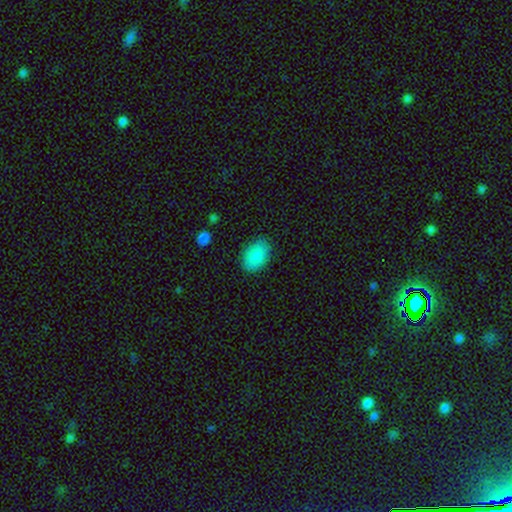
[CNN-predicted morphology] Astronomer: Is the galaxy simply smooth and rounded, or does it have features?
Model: smooth — 89%.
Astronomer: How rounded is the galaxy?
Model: in between — 89%.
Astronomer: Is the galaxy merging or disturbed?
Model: none — 85%.